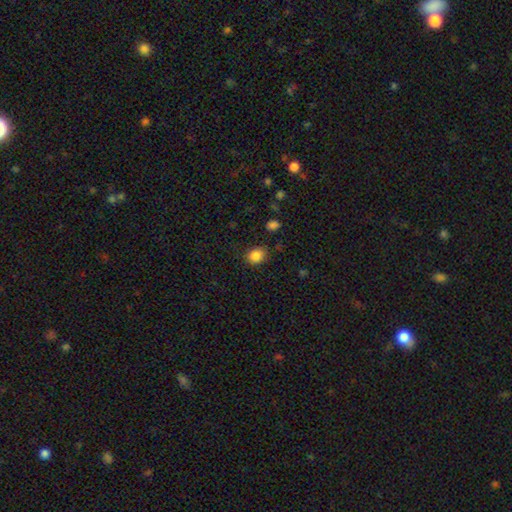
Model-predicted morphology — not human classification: This is clearly a smooth galaxy (86%). How rounded: possibly round (56%). Merging: clearly none (82%).